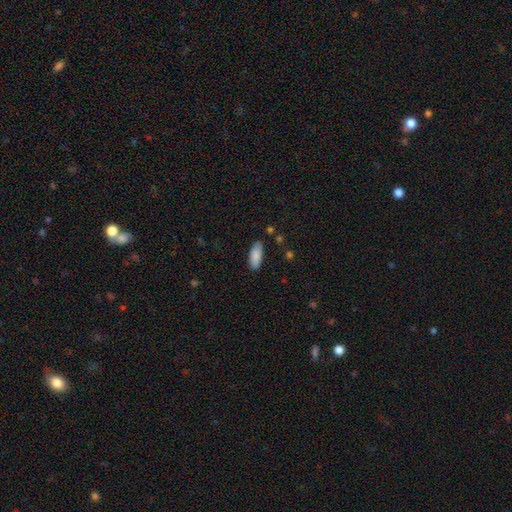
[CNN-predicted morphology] Smooth or featured? Predicted: smooth (p=0.88). How rounded? Predicted: in between (p=0.79). Merging? Predicted: none (p=0.83).